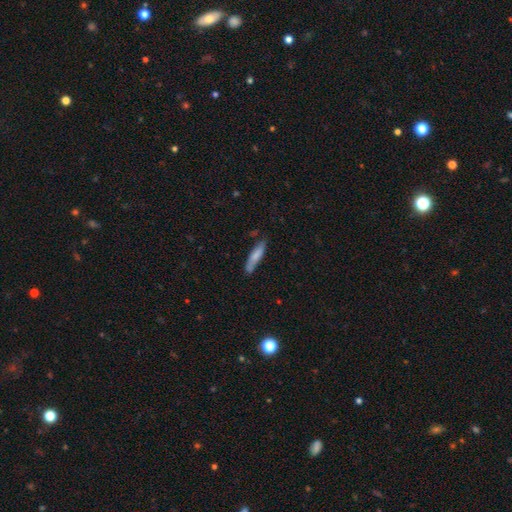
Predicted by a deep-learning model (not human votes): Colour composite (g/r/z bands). It shows a smooth galaxy with no disk features (73%) that is cigar-shaped (82%). Merging: none (72%).